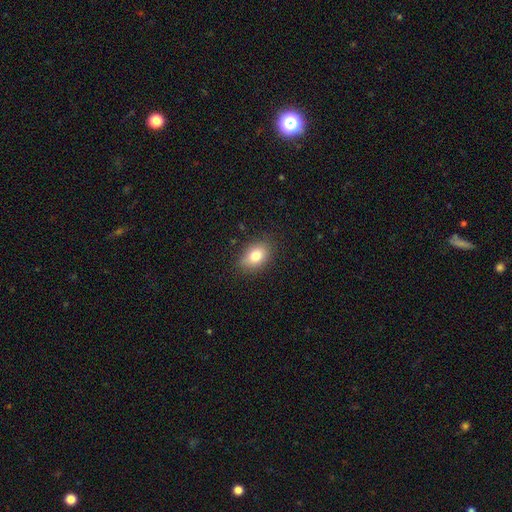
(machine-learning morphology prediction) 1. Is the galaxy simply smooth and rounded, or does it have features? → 80% smooth, 11% featured or disk, 9% star or artifact.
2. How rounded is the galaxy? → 81% in between, 18% round, 2% cigar-shaped.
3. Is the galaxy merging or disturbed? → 82% none, 14% minor disturbance, 3% major disturbance, 1% merger.